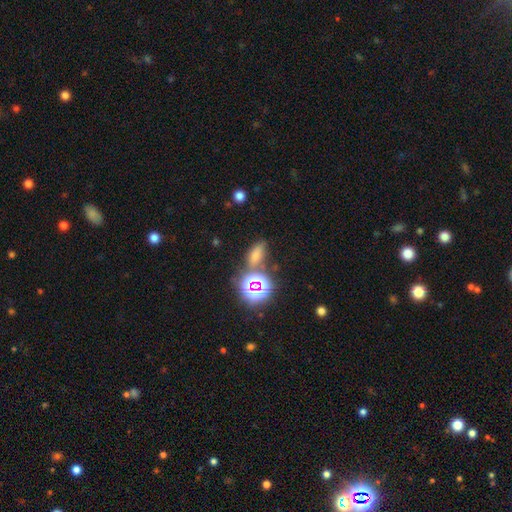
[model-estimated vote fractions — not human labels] smooth 61%, star or artifact 30%, featured or disk 9%. Down the decision tree: how rounded — in between (71%); merging — none (64%).